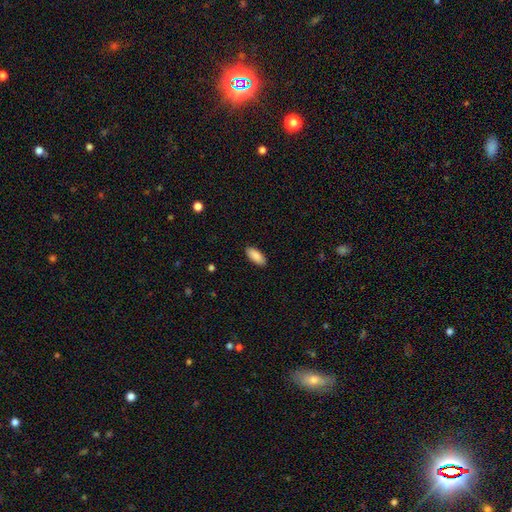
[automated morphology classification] Q: Smooth or featured?
A: smooth (90%); runner-up: star or artifact (6%)
Q: How rounded?
A: in between (84%); runner-up: cigar-shaped (15%)
Q: Merging?
A: none (90%); runner-up: minor disturbance (8%)